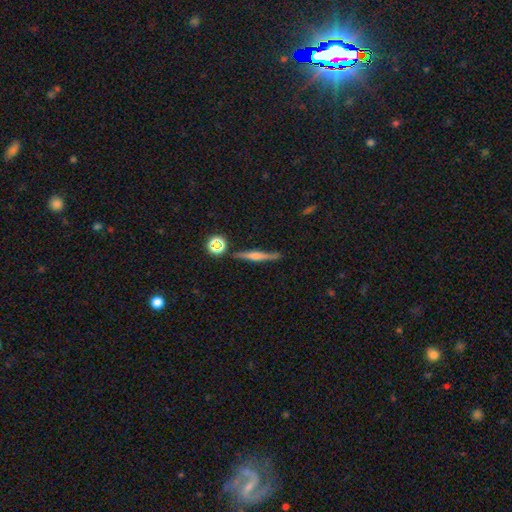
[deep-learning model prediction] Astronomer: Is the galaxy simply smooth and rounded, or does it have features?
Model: featured or disk — 58% (runner-up: smooth, 33%).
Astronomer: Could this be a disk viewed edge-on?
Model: yes — 96%.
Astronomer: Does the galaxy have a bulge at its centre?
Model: rounded — 68%.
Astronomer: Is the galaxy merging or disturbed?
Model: none — 85%.